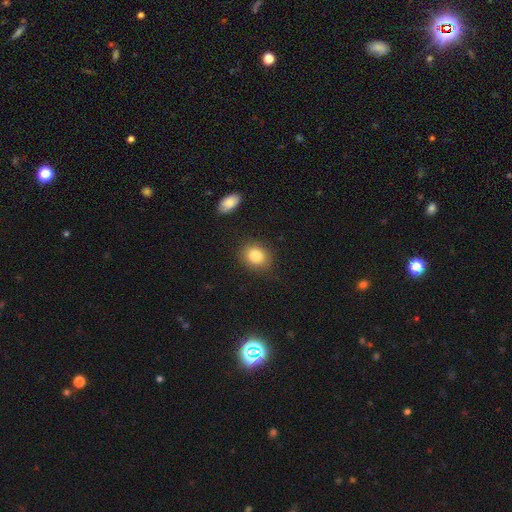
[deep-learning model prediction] Morphology: type=smooth (83%); roundness=round (59%); merging=none (85%).